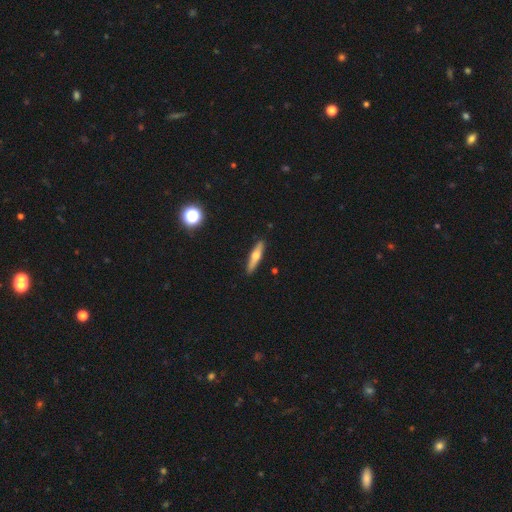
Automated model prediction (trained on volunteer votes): This is possibly a smooth galaxy (47%, tied with featured or disk). Merging: clearly none (90%).